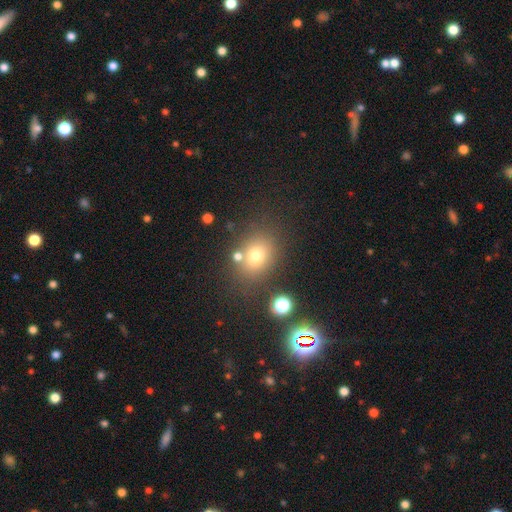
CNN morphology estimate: type=smooth (71%); roundness=in between (51%); merging=none (72%).